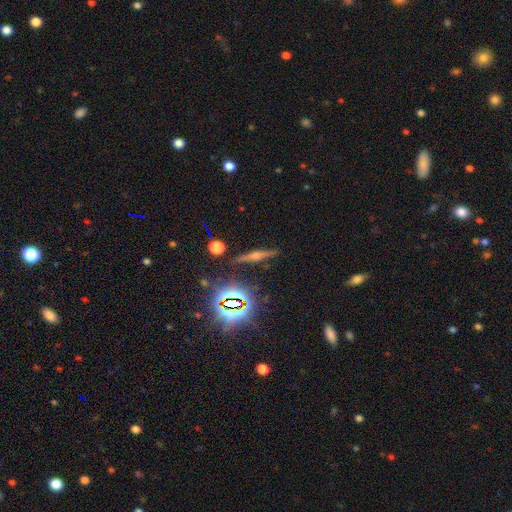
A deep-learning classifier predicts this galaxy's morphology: Overall: featured or disk (56%; star or artifact 25%). Edge-on disk: yes (95%). Edge-on bulge: rounded (84%). Merging: none (88%).